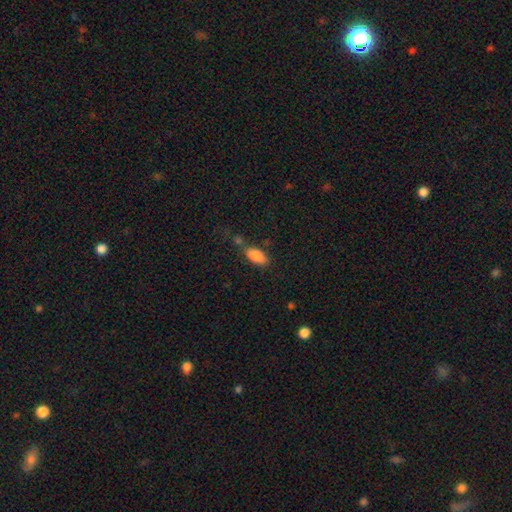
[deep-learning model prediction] This is clearly a smooth galaxy (85%). How rounded: clearly in between (89%). Merging: possibly none (59%).